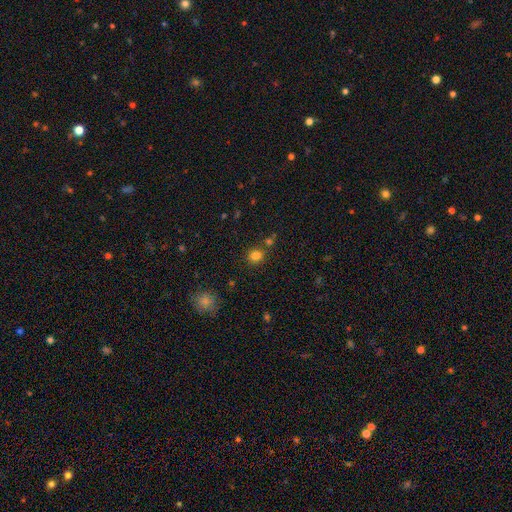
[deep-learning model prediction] Overall: smooth (80%). How rounded: round (86%). Merging: none (79%).